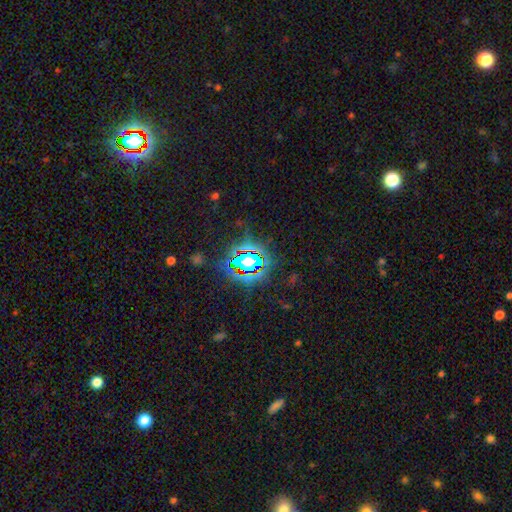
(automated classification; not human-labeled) Smooth or featured? Predicted: star or artifact (p=0.73).